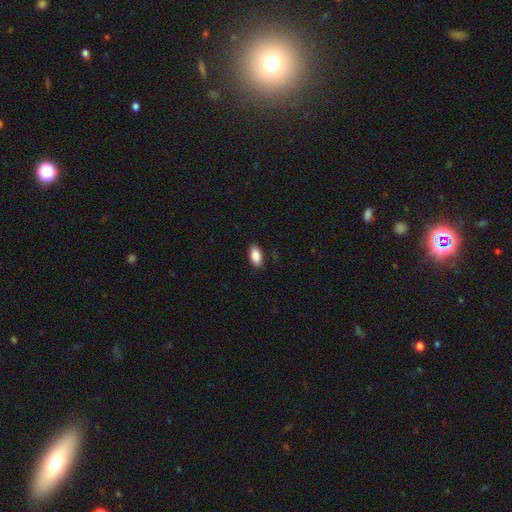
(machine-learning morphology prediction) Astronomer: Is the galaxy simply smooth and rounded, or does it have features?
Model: smooth — 88%.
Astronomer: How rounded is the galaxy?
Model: in between — 93%.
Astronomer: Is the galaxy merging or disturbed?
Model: none — 86%.